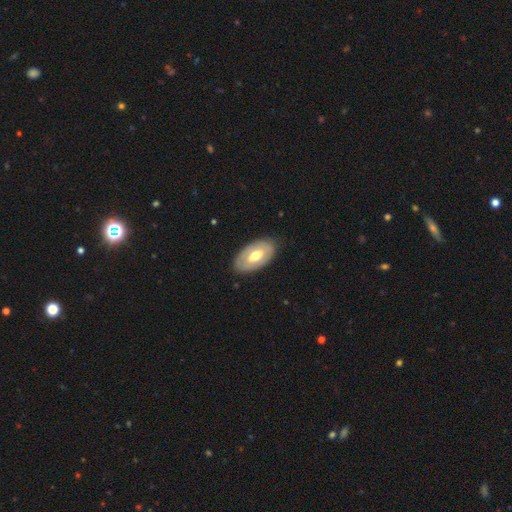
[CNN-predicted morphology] Smooth or featured: featured or disk — 49% (smooth — 46%)
Merging: none — 83% (minor disturbance — 13%)